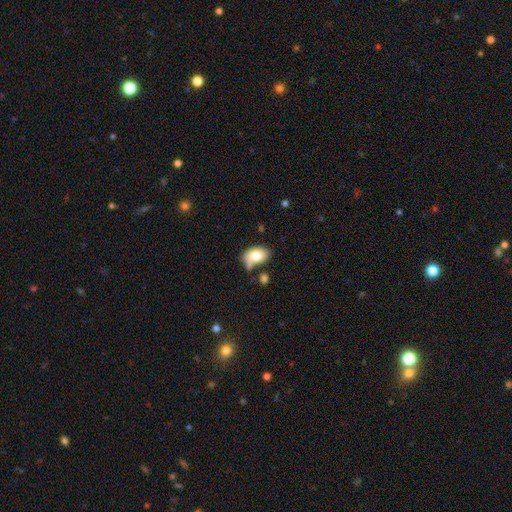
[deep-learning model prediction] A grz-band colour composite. It shows a smooth galaxy with no disk features (78%) that is in between round and cigar-shaped (88%). Merging: none (42%).